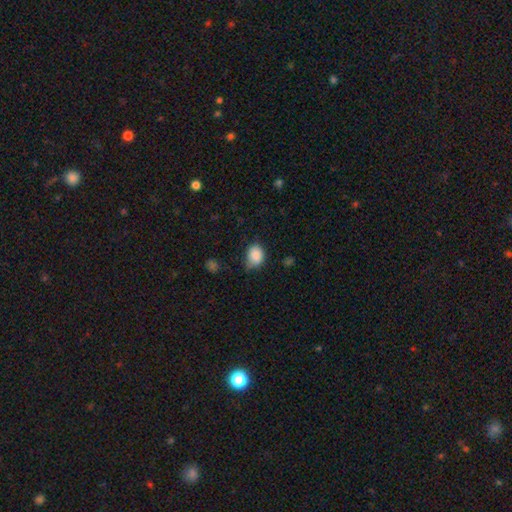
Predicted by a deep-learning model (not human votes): Smooth or featured? smooth (87%)
How rounded? in between (56%)
Merging? none (61%)